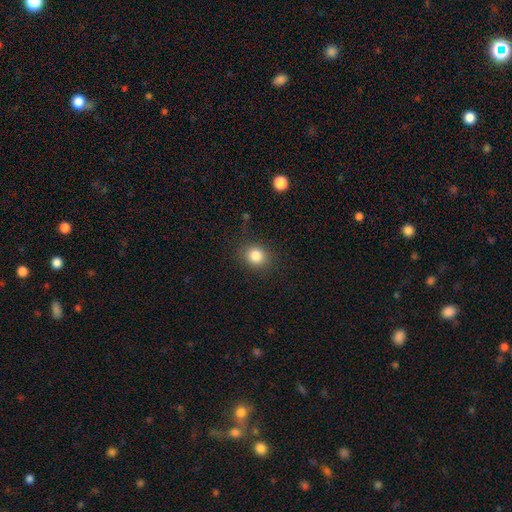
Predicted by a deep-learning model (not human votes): Overall: smooth (84%). How rounded: round (75%). Merging: none (85%).